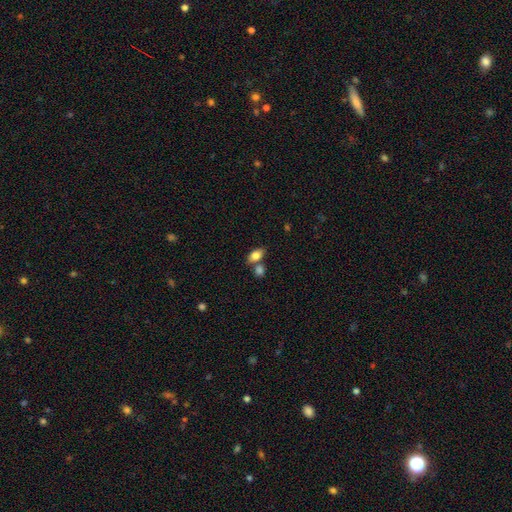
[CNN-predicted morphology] This appears to be a smooth galaxy with no disk features (79%) that is in between round and cigar-shaped (86%). Merging: none (57%).